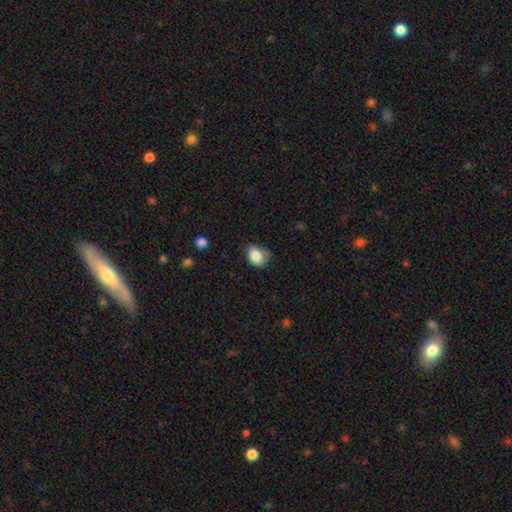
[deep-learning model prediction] Morphology: type=smooth (85%); roundness=in between (70%); merging=none (60%).